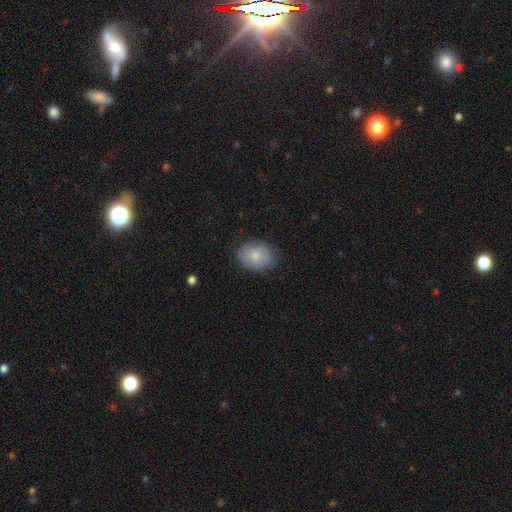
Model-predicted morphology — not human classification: smooth 80%, featured or disk 12%, star or artifact 8%. Down the decision tree: how rounded — in between (62%); merging — none (81%).